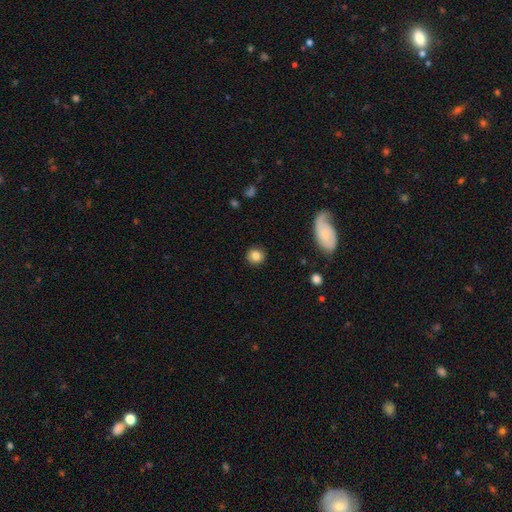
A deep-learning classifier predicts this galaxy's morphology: smooth 83%, star or artifact 10%, featured or disk 7%. Down the decision tree: how rounded — round (87%); merging — none (89%).